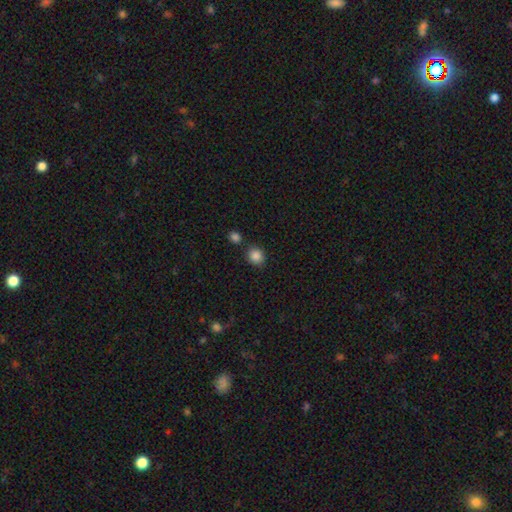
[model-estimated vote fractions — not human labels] Overall: smooth (86%). How rounded: round (80%). Merging: none (79%).